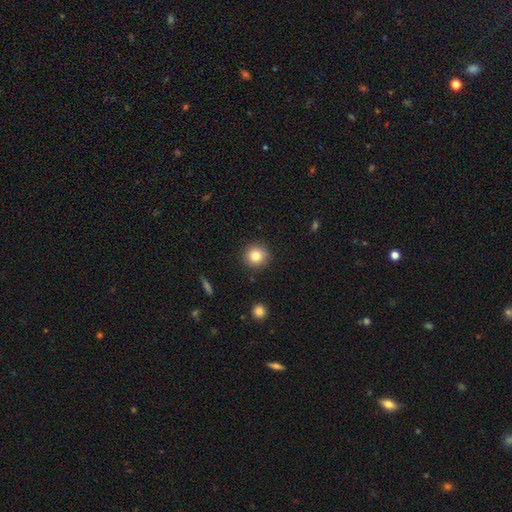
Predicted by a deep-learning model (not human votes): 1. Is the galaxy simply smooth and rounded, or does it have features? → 83% smooth, 10% star or artifact, 7% featured or disk.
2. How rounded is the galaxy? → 92% round, 7% in between, 1% cigar-shaped.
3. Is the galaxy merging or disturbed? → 90% none, 7% minor disturbance, 2% major disturbance, 1% merger.